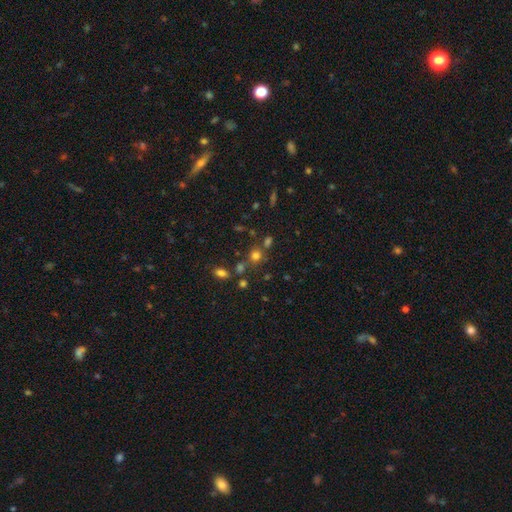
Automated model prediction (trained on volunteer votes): This appears to be a smooth galaxy with no disk features (68%) that is round (82%). Merging: none (67%).